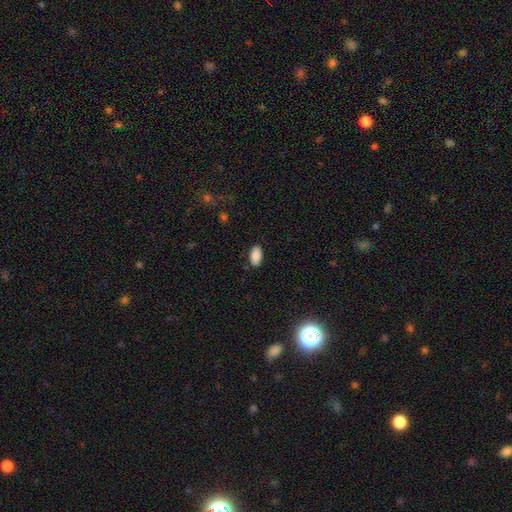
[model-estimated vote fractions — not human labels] This is clearly a smooth galaxy (89%). How rounded: clearly in between (94%). Merging: clearly none (85%).